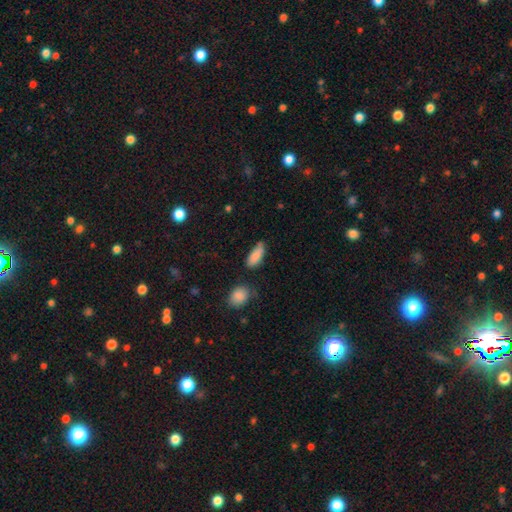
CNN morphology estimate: This appears to be a smooth galaxy with no disk features (86%) that is in between round and cigar-shaped (78%). Merging: none (60%).